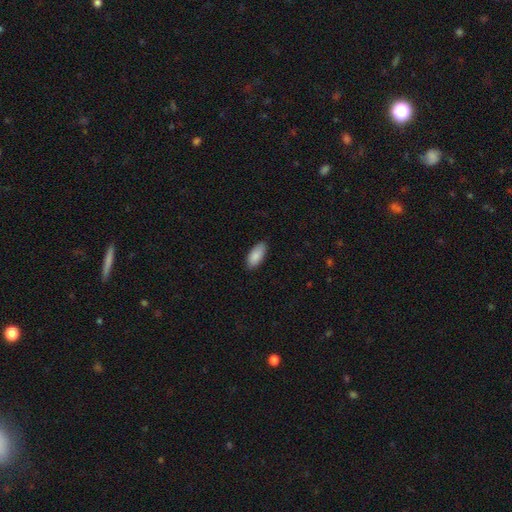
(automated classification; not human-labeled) A smooth galaxy with no disk features (88%) that is in between round and cigar-shaped (88%).

Vote fractions:
- Smooth or featured? smooth: 88% / star or artifact: 6% / featured or disk: 6%
- How rounded? in between: 88% / cigar-shaped: 10% / round: 2%
- Merging? none: 87% / minor disturbance: 11% / major disturbance: 2% / merger: 1%